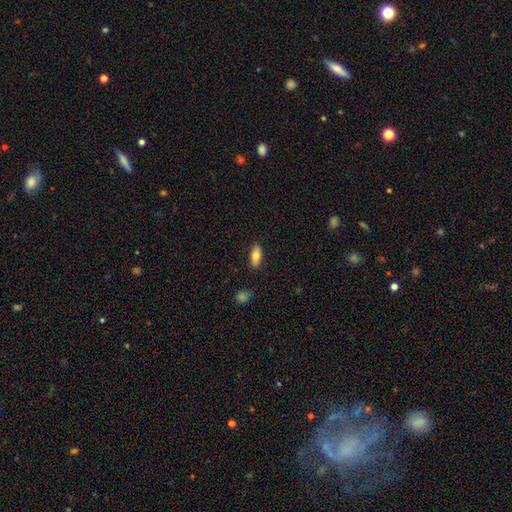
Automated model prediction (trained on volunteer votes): smooth 76%, featured or disk 17%, star or artifact 7%. Down the decision tree: how rounded — in between (84%); merging — none (87%).